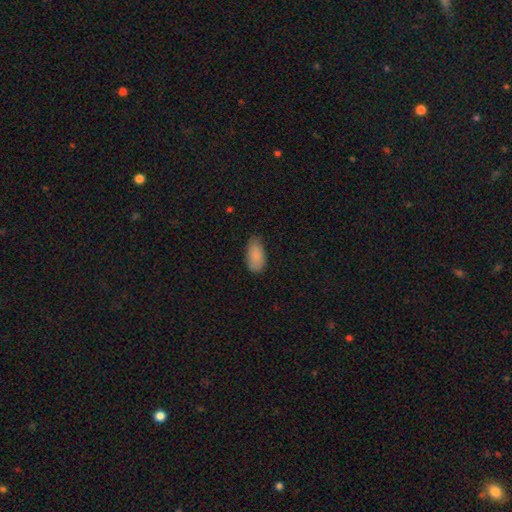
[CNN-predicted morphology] Smooth or featured: smooth — 87% (featured or disk — 7%)
How rounded: in between — 94% (cigar-shaped — 3%)
Merging: none — 70% (minor disturbance — 25%)